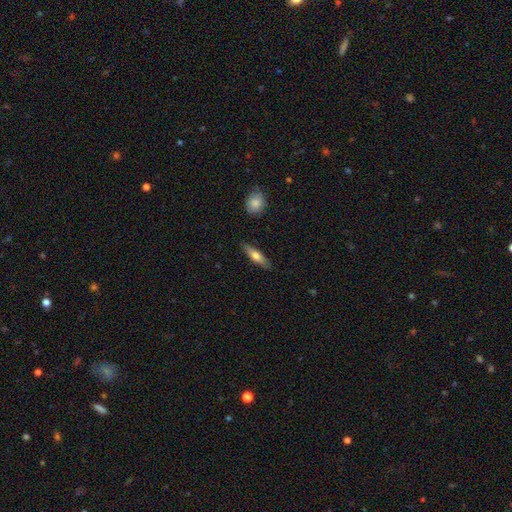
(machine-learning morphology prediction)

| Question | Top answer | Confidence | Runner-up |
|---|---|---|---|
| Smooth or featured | smooth | 63% | featured or disk (31%) |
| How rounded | cigar-shaped | 64% | in between (33%) |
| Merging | none | 87% | minor disturbance (10%) |